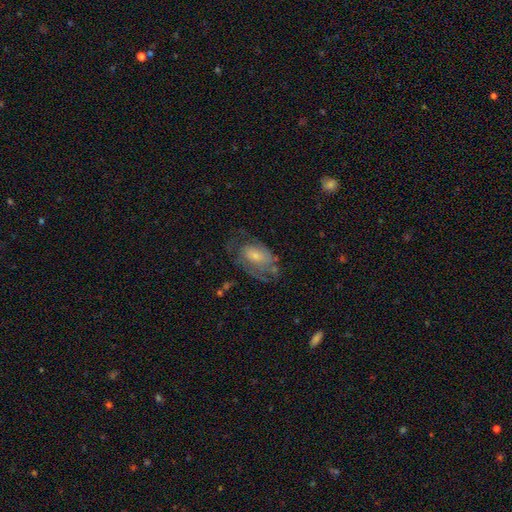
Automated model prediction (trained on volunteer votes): Smooth or featured: featured or disk — 61% (smooth — 32%)
Edge-on disk: no — 96% (yes — 4%)
Bar: no — 62% (weak — 31%)
Spiral arms: yes — 72% (no — 28%)
Bulge size: small — 56% (moderate — 32%)
Merging: none — 44% (major disturbance — 28%)